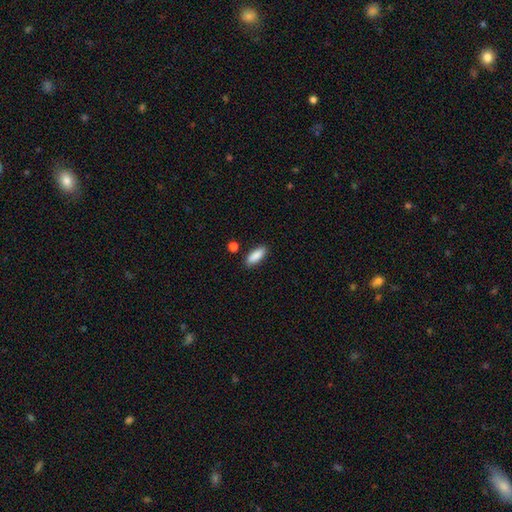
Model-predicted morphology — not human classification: A smooth galaxy with no disk features (88%) that is in between round and cigar-shaped (66%). Merging: none (85%).